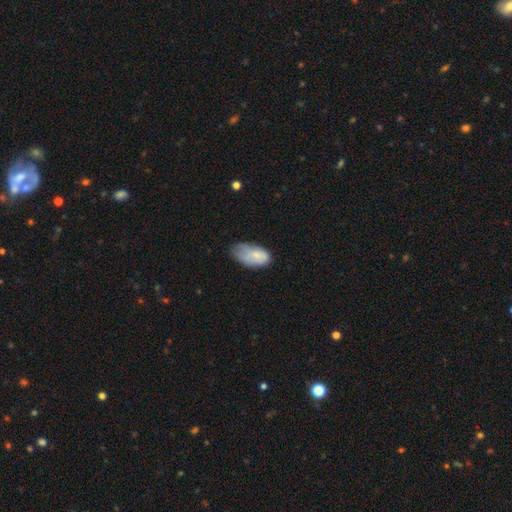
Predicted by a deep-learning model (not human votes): This is likely a smooth galaxy (73%). How rounded: clearly in between (94%). Merging: marginally minor disturbance (43%).